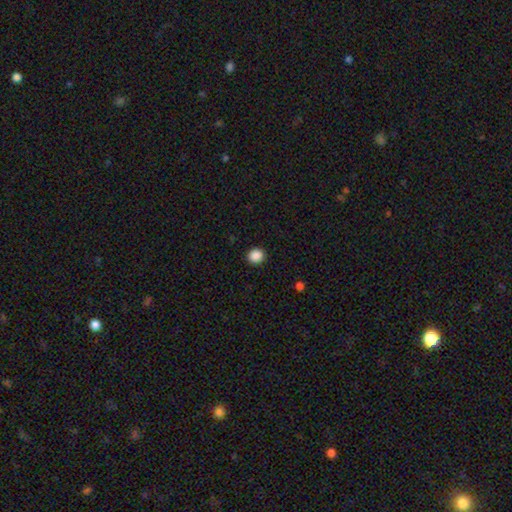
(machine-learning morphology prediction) Q: Smooth or featured?
A: smooth (88%); runner-up: star or artifact (10%)
Q: How rounded?
A: round (87%); runner-up: in between (12%)
Q: Merging?
A: none (92%); runner-up: minor disturbance (5%)